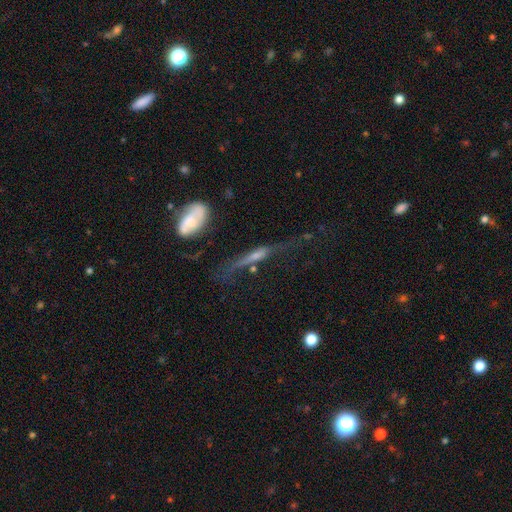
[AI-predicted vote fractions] A featured or disk galaxy (62%) viewed edge-on (78%). Merging: none (44%).